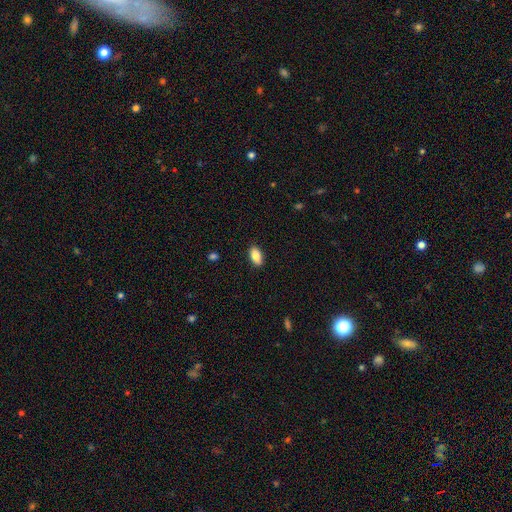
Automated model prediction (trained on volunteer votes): smooth-or-featured: smooth: 85% | featured or disk: 8% | star or artifact: 7%
  how-rounded: in between: 92% | cigar-shaped: 5% | round: 3%
  merging: none: 89% | minor disturbance: 8% | major disturbance: 2% | merger: 1%